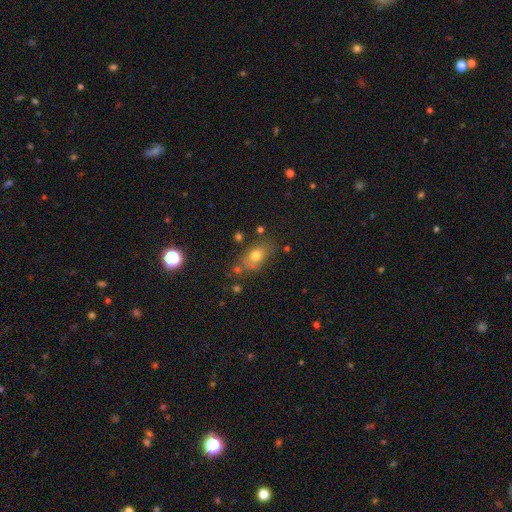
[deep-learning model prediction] Smooth or featured? Predicted: smooth (p=0.73). How rounded? Predicted: in between (p=0.75). Merging? Predicted: none (p=0.65).